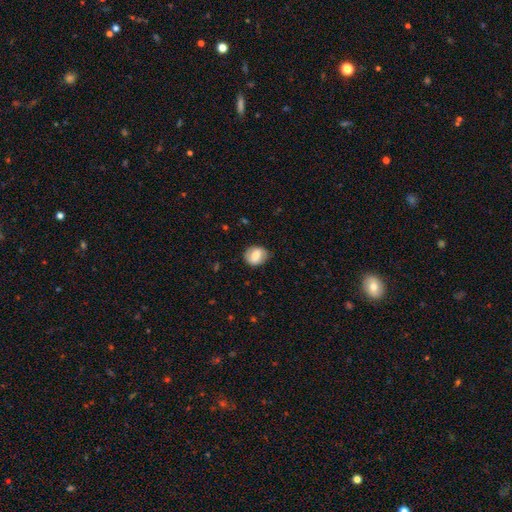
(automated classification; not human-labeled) A smooth galaxy with no disk features (68%) that is round (51%).

Vote fractions:
- Smooth or featured? smooth: 68% / featured or disk: 24% / star or artifact: 8%
- How rounded? round: 51% / in between: 48% / cigar-shaped: 1%
- Merging? none: 78% / minor disturbance: 16% / major disturbance: 5% / merger: 1%